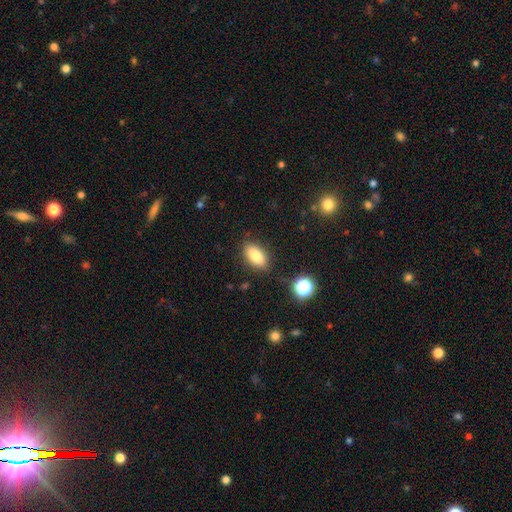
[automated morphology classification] This is clearly a smooth galaxy (81%). How rounded: clearly in between (88%). Merging: clearly none (84%).